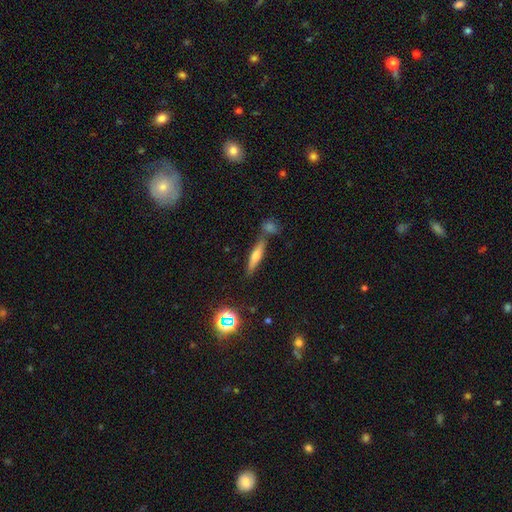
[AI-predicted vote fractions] Overall: smooth (45%, tied with featured or disk). Merging: none (73%).